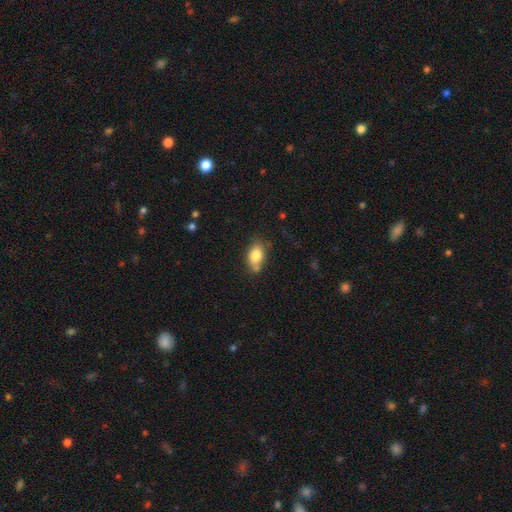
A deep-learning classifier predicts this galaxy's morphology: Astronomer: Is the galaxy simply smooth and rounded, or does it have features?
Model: smooth — 80%.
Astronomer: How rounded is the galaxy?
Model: in between — 84%.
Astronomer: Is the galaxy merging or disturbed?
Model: none — 64%.